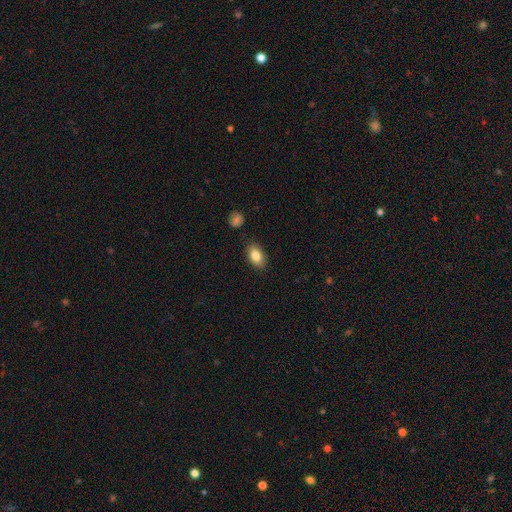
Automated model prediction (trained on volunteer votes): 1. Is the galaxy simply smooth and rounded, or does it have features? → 84% smooth, 9% featured or disk, 7% star or artifact.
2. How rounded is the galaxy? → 90% in between, 8% round, 2% cigar-shaped.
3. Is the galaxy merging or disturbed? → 86% none, 10% minor disturbance, 2% major disturbance, 2% merger.